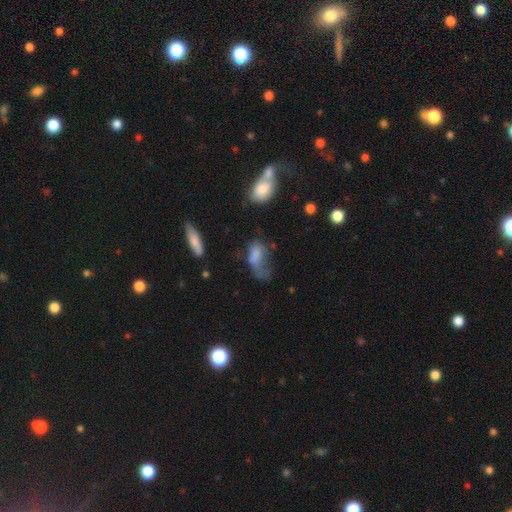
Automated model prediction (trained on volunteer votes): smooth_or_featured: smooth (p=0.66) [alt: featured or disk p=0.23]
how_rounded: in between (p=0.86) [alt: round p=0.08]
merging: major disturbance (p=0.52) [alt: minor disturbance p=0.21]